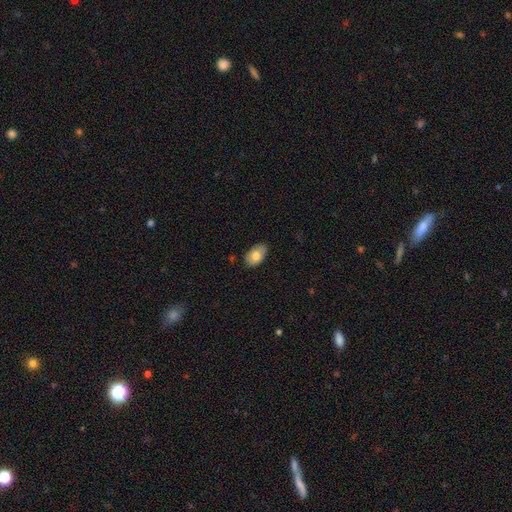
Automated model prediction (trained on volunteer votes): Smooth or featured? Predicted: smooth (p=0.79). How rounded? Predicted: in between (p=0.92). Merging? Predicted: none (p=0.84).